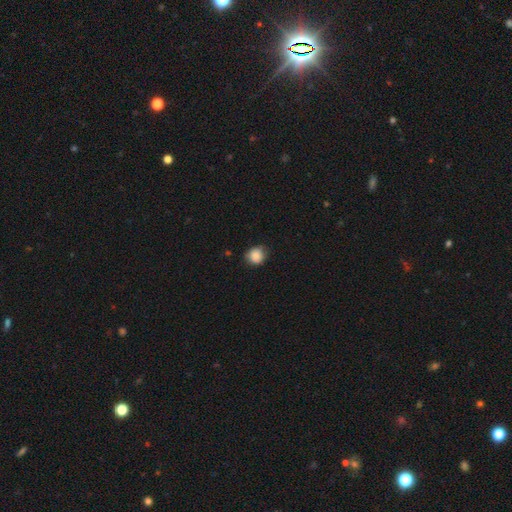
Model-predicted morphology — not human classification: Overall: smooth (85%). How rounded: round (84%). Merging: none (74%).